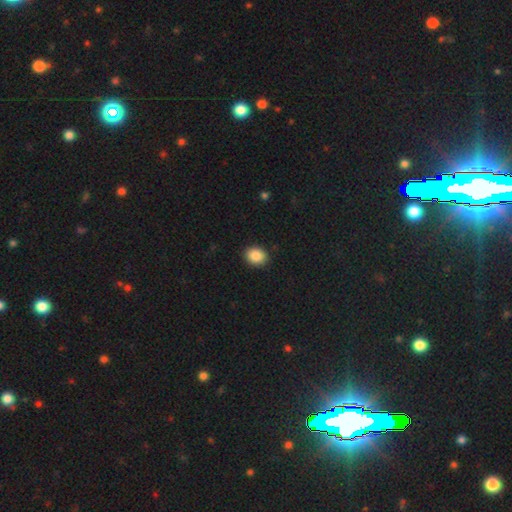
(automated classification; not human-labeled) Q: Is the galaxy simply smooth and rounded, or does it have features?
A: smooth — 88%.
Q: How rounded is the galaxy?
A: in between — 53%.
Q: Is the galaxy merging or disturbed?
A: none — 90%.